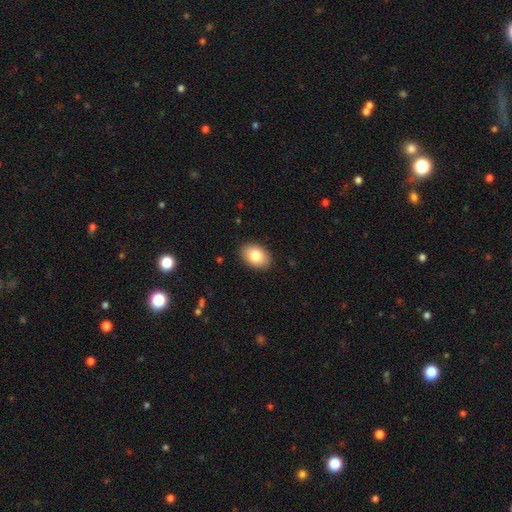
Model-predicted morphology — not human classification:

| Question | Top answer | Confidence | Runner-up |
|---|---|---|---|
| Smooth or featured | smooth | 82% | featured or disk (10%) |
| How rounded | in between | 82% | round (17%) |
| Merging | none | 89% | minor disturbance (8%) |